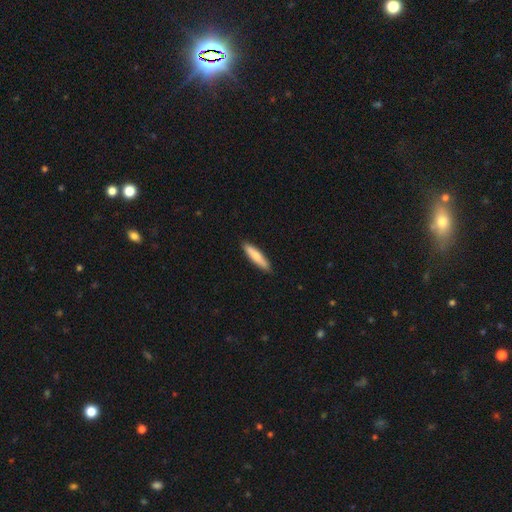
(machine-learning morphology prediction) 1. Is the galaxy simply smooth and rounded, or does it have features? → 77% smooth, 18% featured or disk, 5% star or artifact.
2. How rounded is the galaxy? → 82% cigar-shaped, 16% in between, 1% round.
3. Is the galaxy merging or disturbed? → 90% none, 8% minor disturbance, 1% major disturbance, 1% merger.